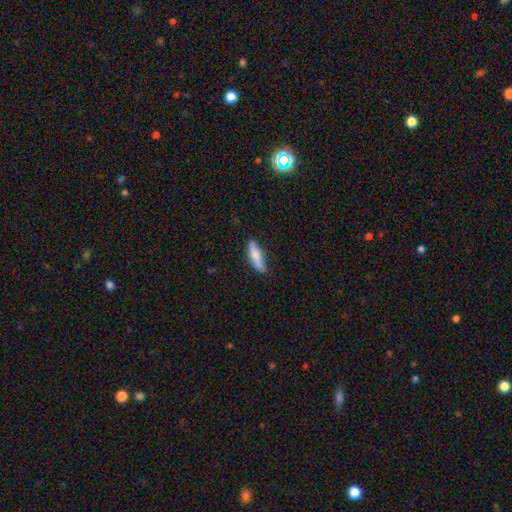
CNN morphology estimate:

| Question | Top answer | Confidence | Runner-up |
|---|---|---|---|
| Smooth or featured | smooth | 74% | featured or disk (20%) |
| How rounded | cigar-shaped | 62% | in between (36%) |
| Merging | none | 75% | minor disturbance (19%) |